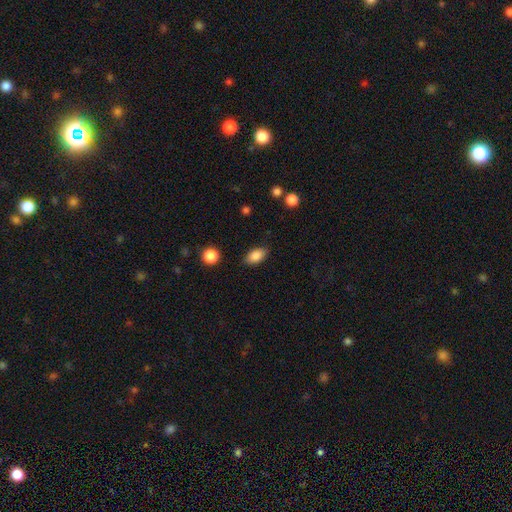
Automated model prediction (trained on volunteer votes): Smooth or featured?
  - smooth: 85% *
  - star or artifact: 8%
  - featured or disk: 7%
How rounded?
  - in between: 89% *
  - round: 7%
  - cigar-shaped: 4%
Merging?
  - none: 85% *
  - minor disturbance: 11%
  - major disturbance: 3%
  - merger: 2%